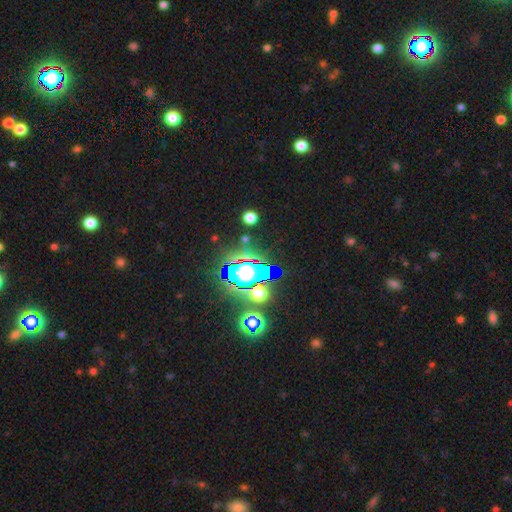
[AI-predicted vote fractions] Smooth or featured? Predicted: star or artifact (p=0.80).